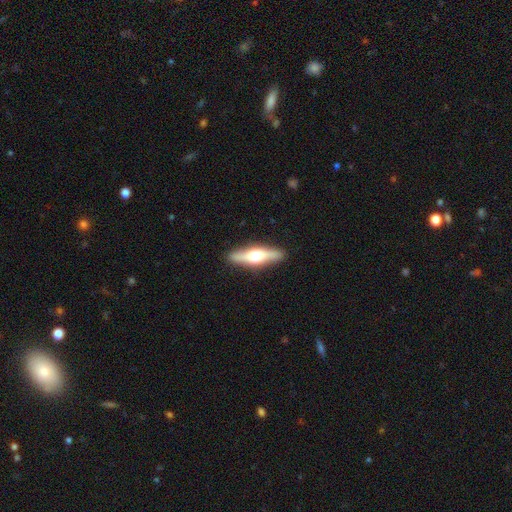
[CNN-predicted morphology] The model was most divided on "smooth or featured": featured or disk: 55%, smooth: 40%, star or artifact: 5%. More confident: edge-on bulge — rounded (93%); edge-on disk — yes (91%); merging — none (89%).